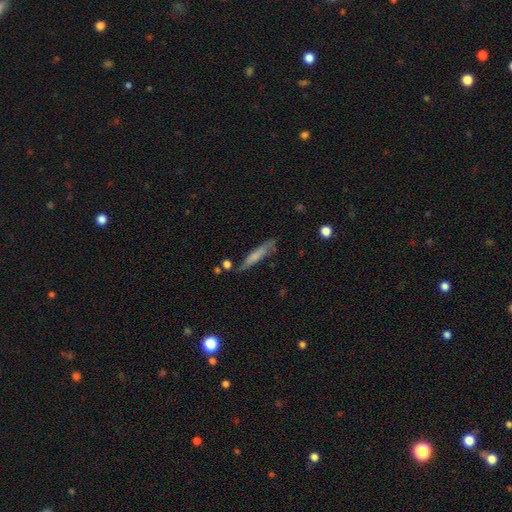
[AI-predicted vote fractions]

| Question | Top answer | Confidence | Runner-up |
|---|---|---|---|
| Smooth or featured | smooth | 63% | featured or disk (31%) |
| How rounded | cigar-shaped | 89% | in between (9%) |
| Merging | none | 68% | minor disturbance (21%) |